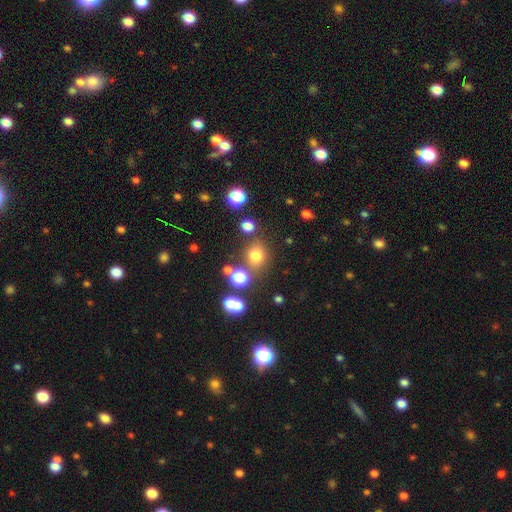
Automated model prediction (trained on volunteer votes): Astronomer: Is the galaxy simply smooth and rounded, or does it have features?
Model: smooth — 72%.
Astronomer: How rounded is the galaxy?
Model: round — 75%.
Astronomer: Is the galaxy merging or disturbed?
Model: none — 73%.